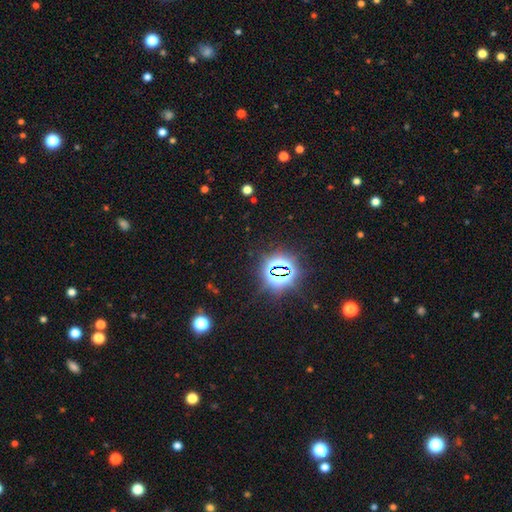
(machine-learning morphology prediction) Smooth or featured? Predicted: star or artifact (p=0.81).